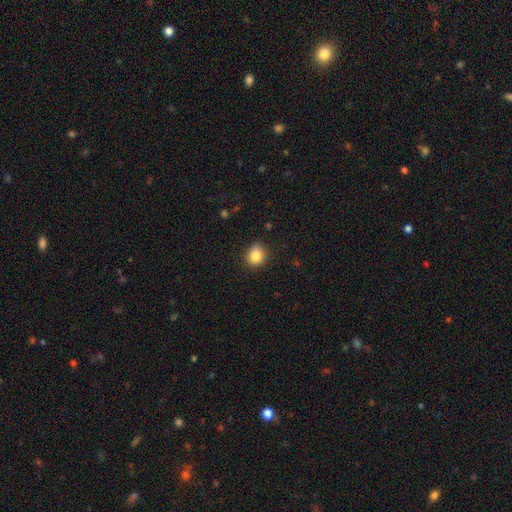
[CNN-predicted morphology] Smooth or featured?
  - smooth: 85% *
  - star or artifact: 10%
  - featured or disk: 5%
How rounded?
  - round: 72% *
  - in between: 27%
  - cigar-shaped: 1%
Merging?
  - none: 78% *
  - minor disturbance: 17%
  - major disturbance: 3%
  - merger: 1%